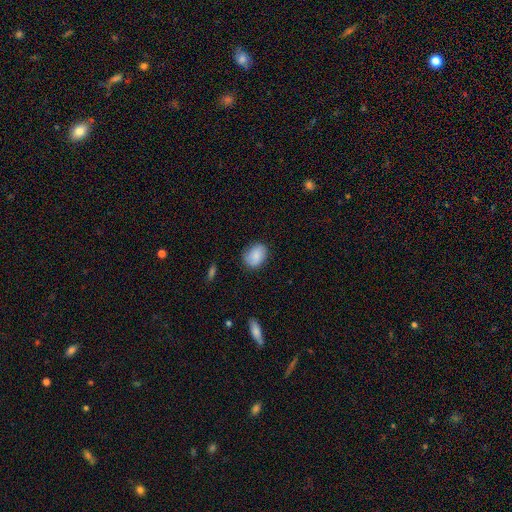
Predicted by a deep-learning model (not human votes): Smooth or featured: smooth — 84% (featured or disk — 8%)
How rounded: in between — 64% (round — 35%)
Merging: none — 77% (minor disturbance — 18%)